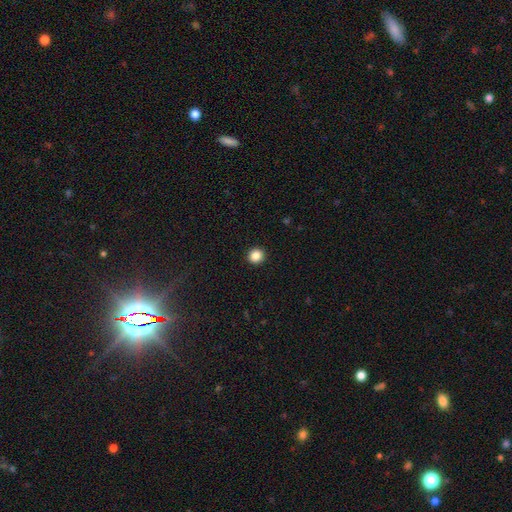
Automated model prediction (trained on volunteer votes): Morphology: type=smooth (87%); roundness=round (93%); merging=none (93%).